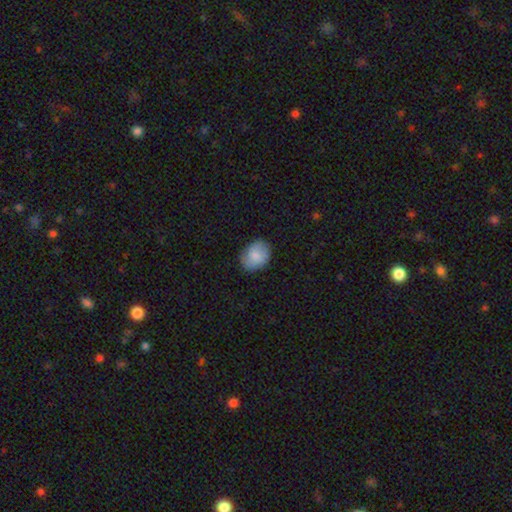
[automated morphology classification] type=smooth (82%); roundness=in between (63%); merging=none (78%).